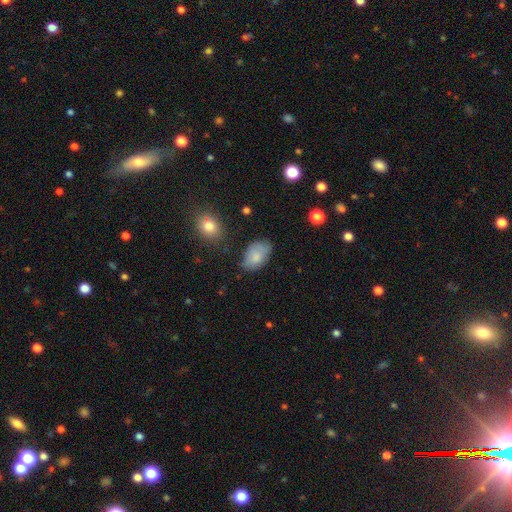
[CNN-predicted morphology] Overall: smooth (80%). How rounded: in between (92%). Merging: none (64%; minor disturbance 27%).